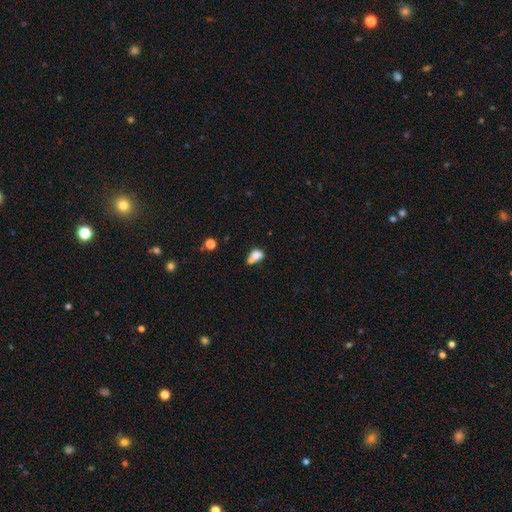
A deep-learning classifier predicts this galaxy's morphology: smooth-or-featured: smooth: 73% | featured or disk: 16% | star or artifact: 11%
  how-rounded: in between: 71% | round: 27% | cigar-shaped: 3%
  merging: merger: 46% | none: 27% | minor disturbance: 17% | major disturbance: 10%